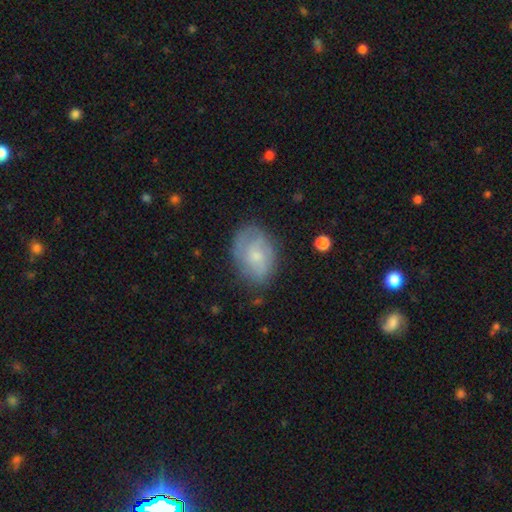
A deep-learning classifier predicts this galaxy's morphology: Smooth or featured: featured or disk — 47% (smooth — 45%)
Merging: none — 70% (minor disturbance — 21%)